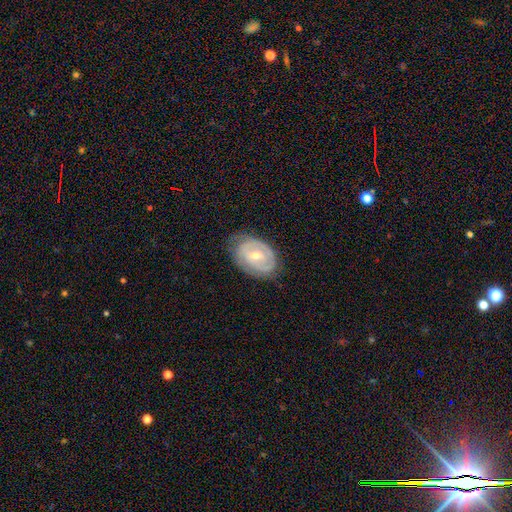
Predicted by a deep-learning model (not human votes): Smooth or featured? Predicted: featured or disk (p=0.70). Edge-on disk? Predicted: no (p=0.95). Bar? Predicted: no (p=0.49). Spiral arms? Predicted: yes (p=0.69). Bulge size? Predicted: moderate (p=0.53). Merging? Predicted: none (p=0.69).